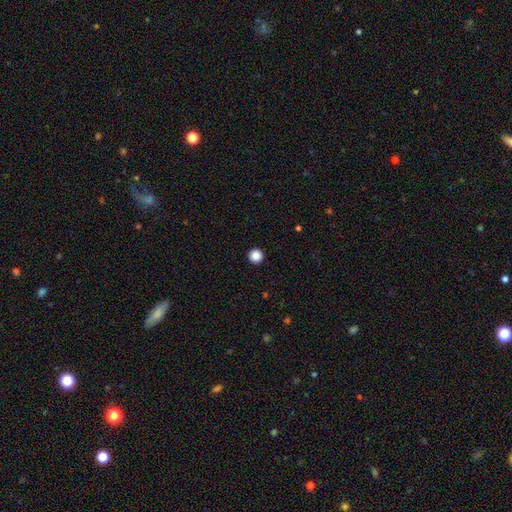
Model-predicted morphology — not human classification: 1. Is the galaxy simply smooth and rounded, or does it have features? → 87% smooth, 10% star or artifact, 3% featured or disk.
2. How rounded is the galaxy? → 97% round, 2% in between, 1% cigar-shaped.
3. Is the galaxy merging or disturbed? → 94% none, 3% minor disturbance, 1% major disturbance, 1% merger.